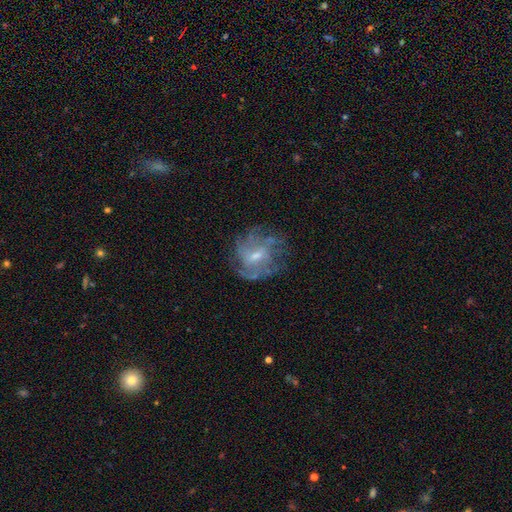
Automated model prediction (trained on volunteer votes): The model was most divided on "spiral winding": medium: 40%, tight: 37%, loose: 23%. Remaining: edge-on disk — no (97%); spiral arms — yes (76%); smooth or featured — featured or disk (73%); merging — none (62%); bar — weak (53%); bulge size — small (48%); spiral arm count — can't tell (46%).